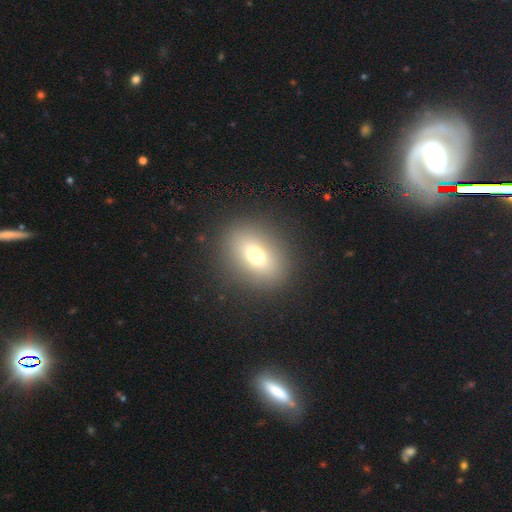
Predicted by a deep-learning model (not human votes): Smooth or featured: smooth — 68% (featured or disk — 17%)
How rounded: in between — 55% (round — 43%)
Merging: none — 87% (minor disturbance — 8%)